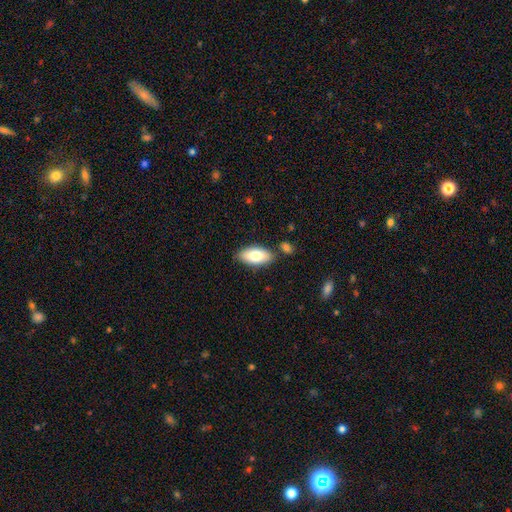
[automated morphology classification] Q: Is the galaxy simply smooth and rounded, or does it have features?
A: smooth — 76%.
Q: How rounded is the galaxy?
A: in between — 91%.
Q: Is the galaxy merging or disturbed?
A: none — 79%.